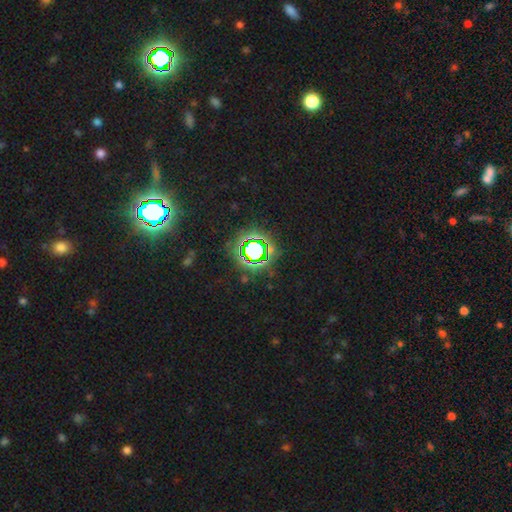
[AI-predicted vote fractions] Smooth or featured: star or artifact — 73% (smooth — 16%)